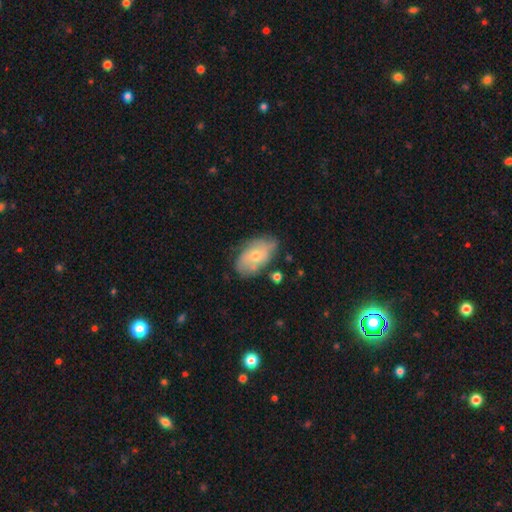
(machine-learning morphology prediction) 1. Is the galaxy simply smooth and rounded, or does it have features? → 47% smooth, 46% featured or disk, 7% star or artifact.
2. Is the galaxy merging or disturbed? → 63% none, 26% minor disturbance, 7% major disturbance, 4% merger.